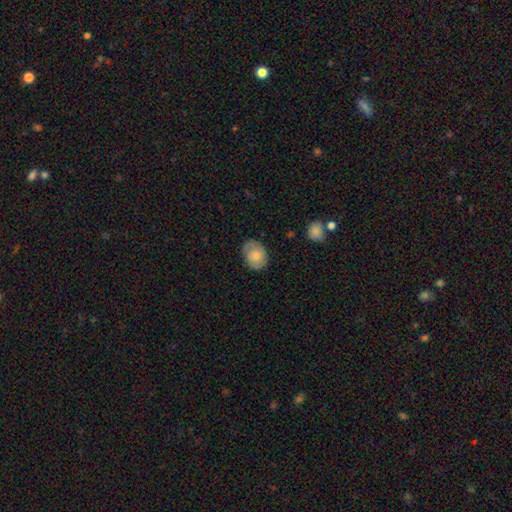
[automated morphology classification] Q: Smooth or featured?
A: smooth (59%); runner-up: featured or disk (34%)
Q: How rounded?
A: in between (64%); runner-up: round (35%)
Q: Merging?
A: none (72%); runner-up: minor disturbance (21%)